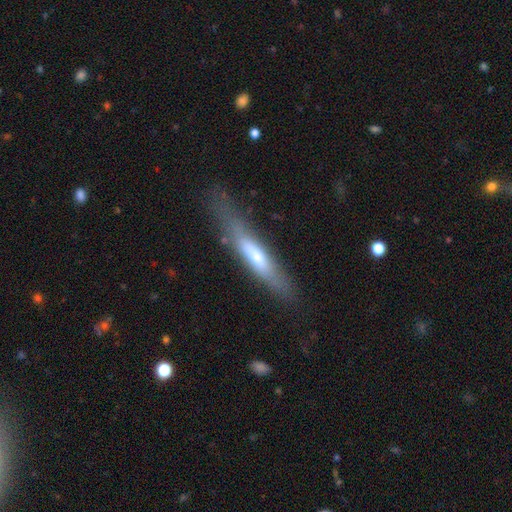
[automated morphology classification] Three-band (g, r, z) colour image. It shows a smooth galaxy with no disk features (52%) that is cigar-shaped (83%). Merging: none (59%).